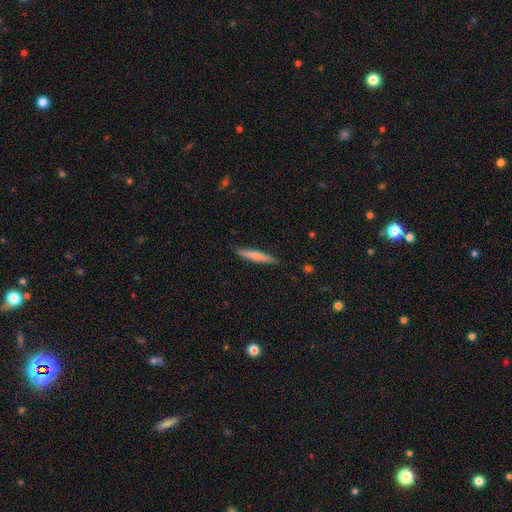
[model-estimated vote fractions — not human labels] This is likely a smooth galaxy (64%). How rounded: clearly cigar-shaped (93%). Merging: clearly none (88%).